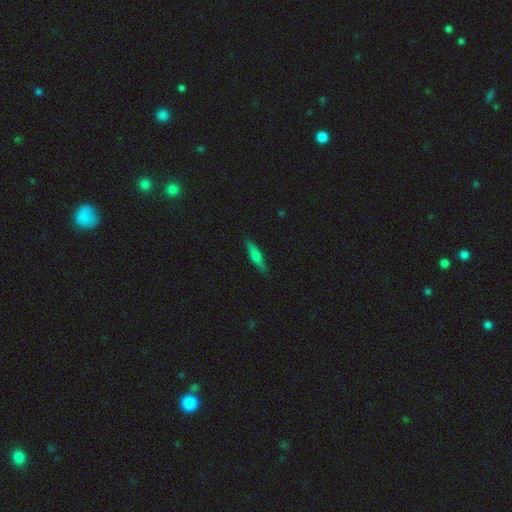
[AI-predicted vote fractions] Q: Smooth or featured?
A: smooth (66%); runner-up: featured or disk (27%)
Q: How rounded?
A: cigar-shaped (74%); runner-up: in between (24%)
Q: Merging?
A: none (87%); runner-up: minor disturbance (10%)